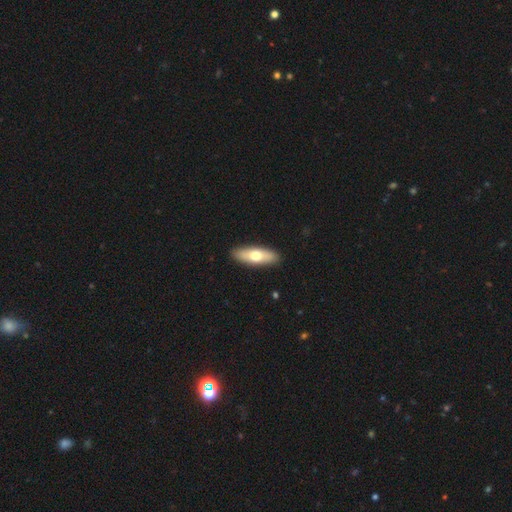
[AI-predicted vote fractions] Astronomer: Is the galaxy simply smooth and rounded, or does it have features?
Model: smooth — 62%.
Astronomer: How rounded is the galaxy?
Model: in between — 60% (runner-up: cigar-shaped, 38%).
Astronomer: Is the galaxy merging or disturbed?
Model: none — 90%.